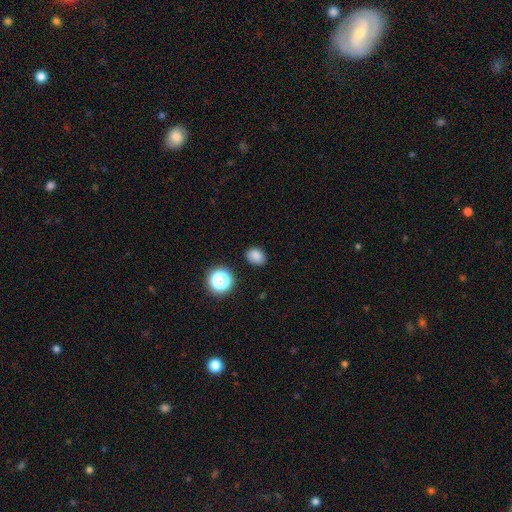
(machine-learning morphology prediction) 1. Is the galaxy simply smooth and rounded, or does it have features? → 81% smooth, 15% star or artifact, 4% featured or disk.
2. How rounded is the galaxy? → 56% in between, 43% round, 1% cigar-shaped.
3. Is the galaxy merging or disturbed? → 85% none, 10% minor disturbance, 3% major disturbance, 2% merger.